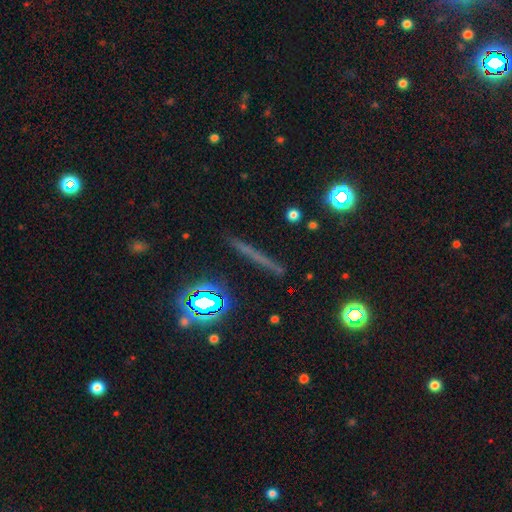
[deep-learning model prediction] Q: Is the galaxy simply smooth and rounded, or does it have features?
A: featured or disk — 38%.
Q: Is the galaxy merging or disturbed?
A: none — 89%.